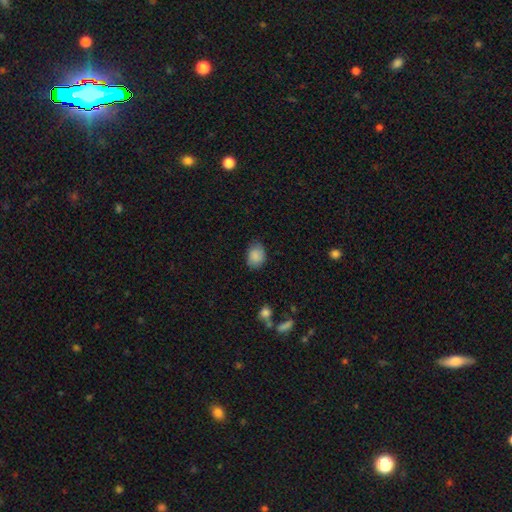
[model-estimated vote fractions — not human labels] Morphology: type=smooth (87%); roundness=in between (62%); merging=none (76%).